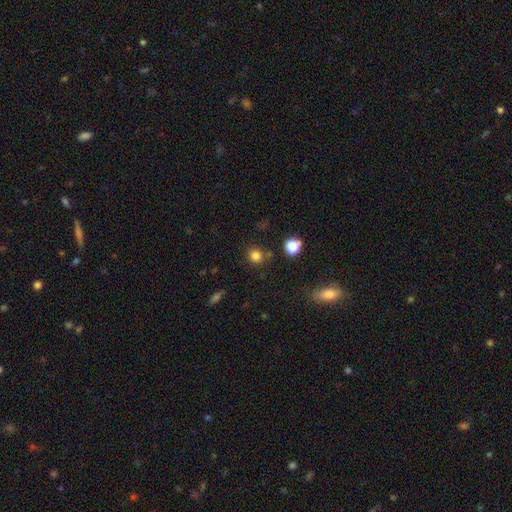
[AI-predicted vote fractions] A smooth galaxy with no disk features (80%) that is round (84%).

Vote fractions:
- Smooth or featured? smooth: 80% / star or artifact: 15% / featured or disk: 5%
- How rounded? round: 84% / in between: 15% / cigar-shaped: 1%
- Merging? none: 84% / minor disturbance: 9% / merger: 5% / major disturbance: 3%